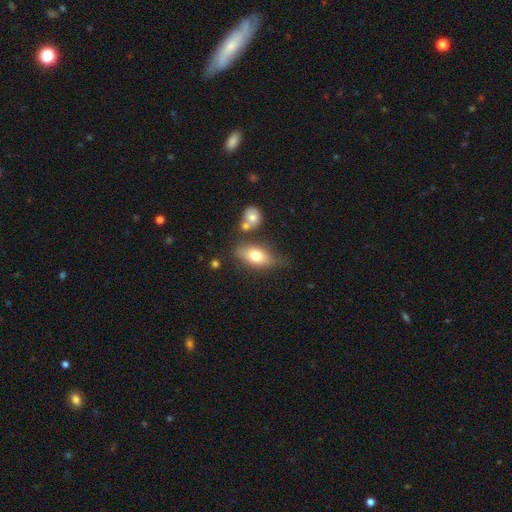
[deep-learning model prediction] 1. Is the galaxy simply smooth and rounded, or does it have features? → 71% smooth, 21% featured or disk, 8% star or artifact.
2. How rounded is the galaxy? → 85% in between, 8% cigar-shaped, 7% round.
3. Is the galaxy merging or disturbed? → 58% none, 23% minor disturbance, 11% merger, 8% major disturbance.